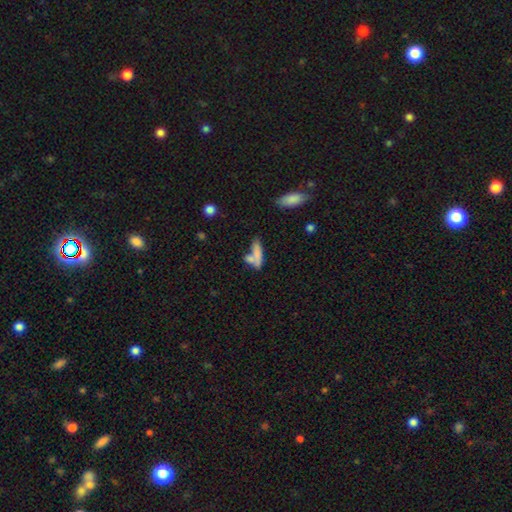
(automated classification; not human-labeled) Smooth or featured?
  - smooth: 71% *
  - featured or disk: 20%
  - star or artifact: 9%
How rounded?
  - cigar-shaped: 54% *
  - in between: 42%
  - round: 4%
Merging?
  - merger: 42% *
  - none: 37%
  - minor disturbance: 13%
  - major disturbance: 7%